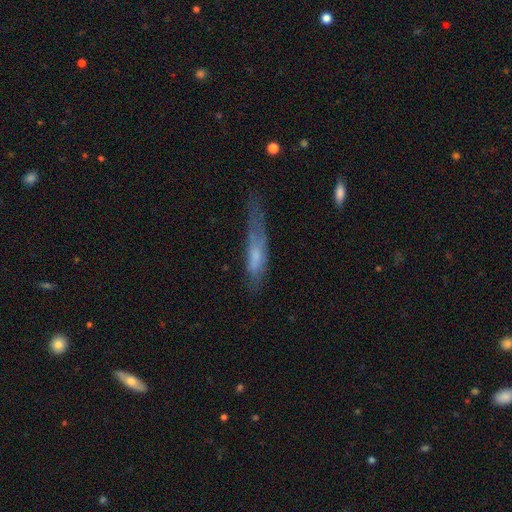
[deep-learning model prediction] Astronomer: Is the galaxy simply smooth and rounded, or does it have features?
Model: smooth — 55% (runner-up: featured or disk, 37%).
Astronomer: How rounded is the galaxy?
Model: cigar-shaped — 80%.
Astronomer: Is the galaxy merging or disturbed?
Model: none — 41% (runner-up: minor disturbance, 32%).